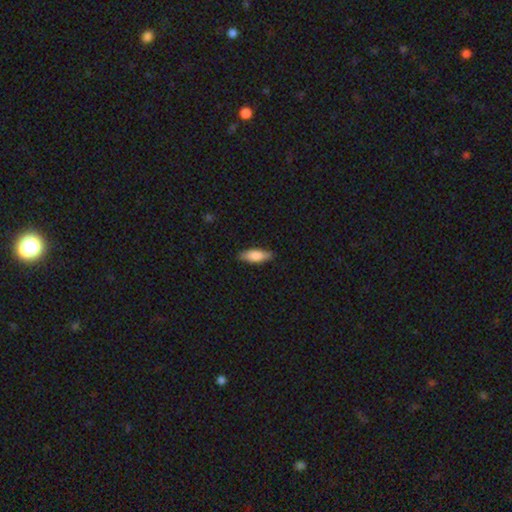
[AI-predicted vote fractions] A smooth galaxy with no disk features (81%) that is in between round and cigar-shaped (68%). Merging: none (83%).